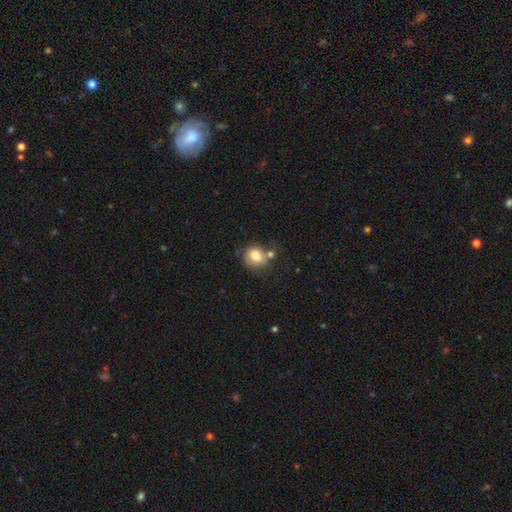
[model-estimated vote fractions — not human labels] smooth-or-featured: smooth: 79% | featured or disk: 12% | star or artifact: 9%
  how-rounded: round: 76% | in between: 23% | cigar-shaped: 1%
  merging: none: 54% | merger: 22% | minor disturbance: 18% | major disturbance: 6%